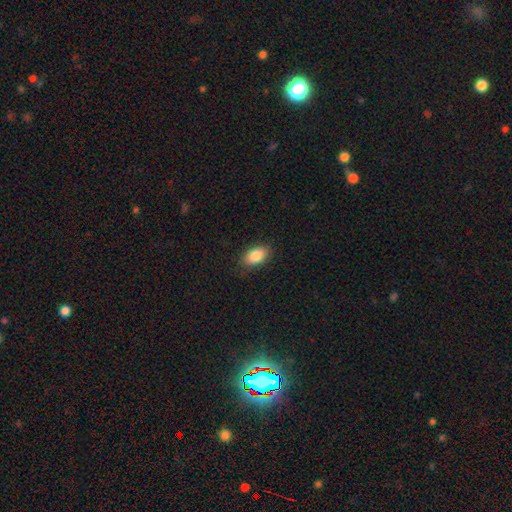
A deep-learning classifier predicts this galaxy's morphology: This is clearly a smooth galaxy (86%). How rounded: clearly in between (92%). Merging: clearly none (86%).